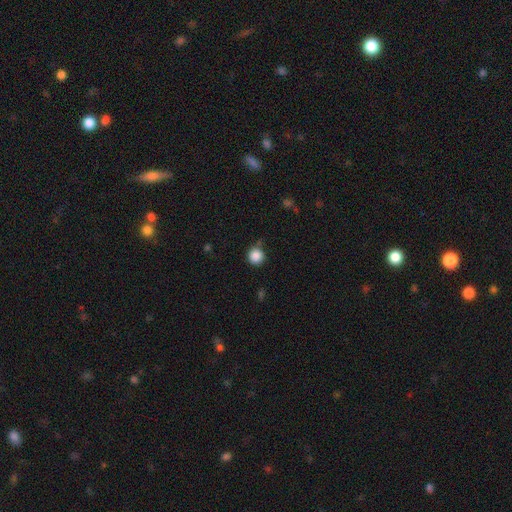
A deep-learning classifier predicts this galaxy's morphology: Q: Smooth or featured?
A: smooth (87%); runner-up: star or artifact (10%)
Q: How rounded?
A: round (94%); runner-up: in between (5%)
Q: Merging?
A: none (78%); runner-up: minor disturbance (15%)